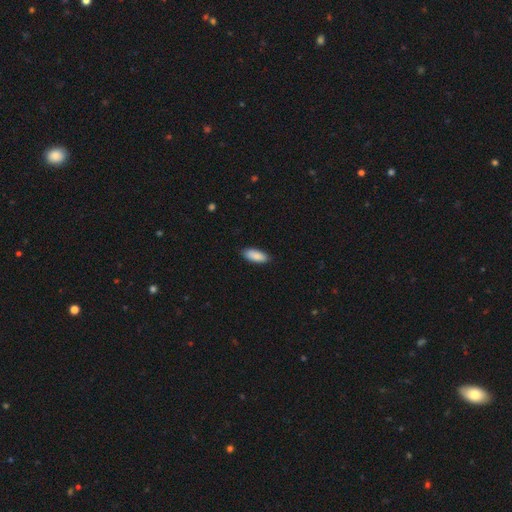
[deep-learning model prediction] smooth_or_featured: smooth (p=0.89) [alt: star or artifact p=0.06]
how_rounded: in between (p=0.84) [alt: cigar-shaped p=0.14]
merging: none (p=0.87) [alt: minor disturbance p=0.10]